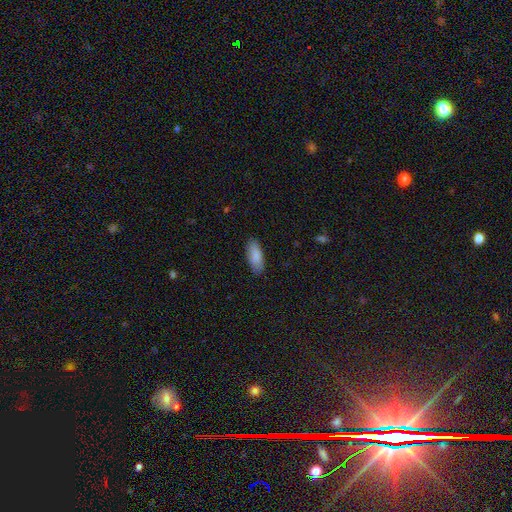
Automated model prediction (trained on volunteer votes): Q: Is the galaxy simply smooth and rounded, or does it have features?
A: smooth — 87%.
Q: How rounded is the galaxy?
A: in between — 75%.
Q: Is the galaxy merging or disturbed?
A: none — 84%.